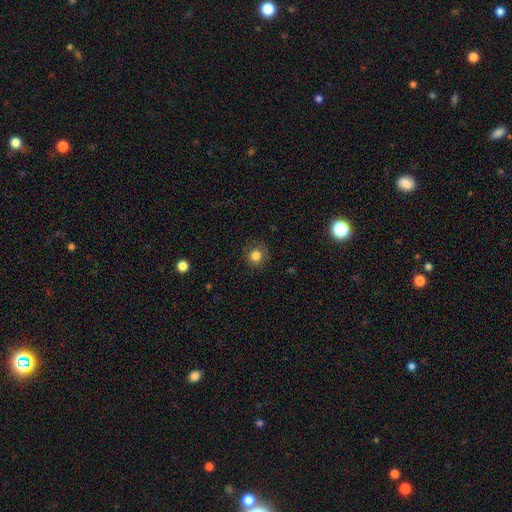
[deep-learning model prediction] Smooth or featured: smooth — 81% (star or artifact — 12%)
How rounded: round — 91% (in between — 8%)
Merging: none — 84% (minor disturbance — 11%)